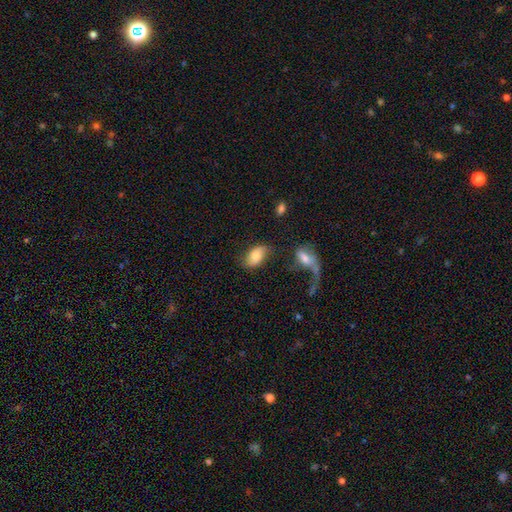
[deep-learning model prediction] The model was most divided on "merging": none: 57%, minor disturbance: 20%, merger: 12%, major disturbance: 10%. More confident: how rounded — in between (92%); smooth or featured — smooth (69%).